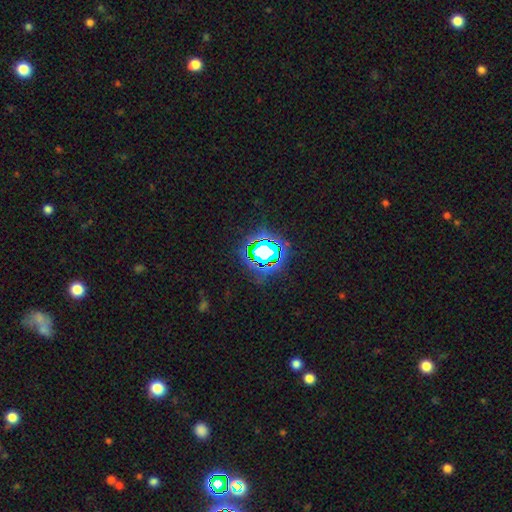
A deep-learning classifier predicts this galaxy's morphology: Smooth or featured: star or artifact — 72% (smooth — 17%)